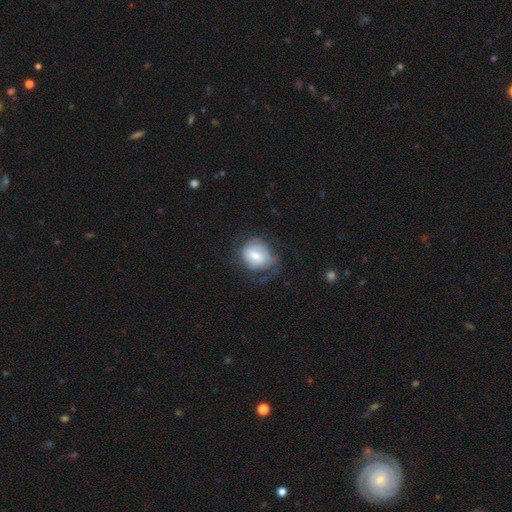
Volunteers were most divided on "smooth or featured": smooth: 49%, featured or disk: 41%, star or artifact: 10%. More confident: how rounded — round (79%); merging — none (57%).